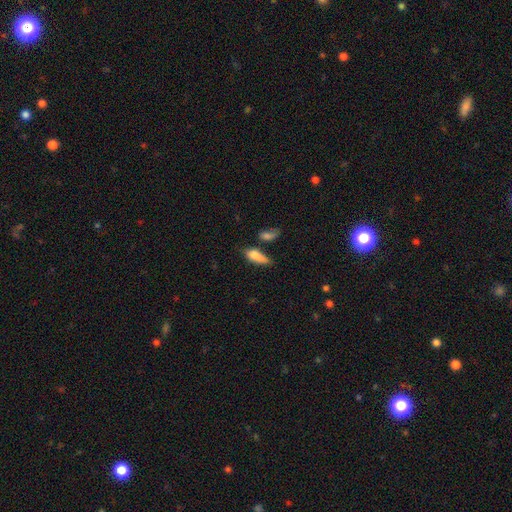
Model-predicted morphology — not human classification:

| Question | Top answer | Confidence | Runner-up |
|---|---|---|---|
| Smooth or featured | smooth | 78% | featured or disk (13%) |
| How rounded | in between | 62% | cigar-shaped (34%) |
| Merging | none | 38% | minor disturbance (25%) |